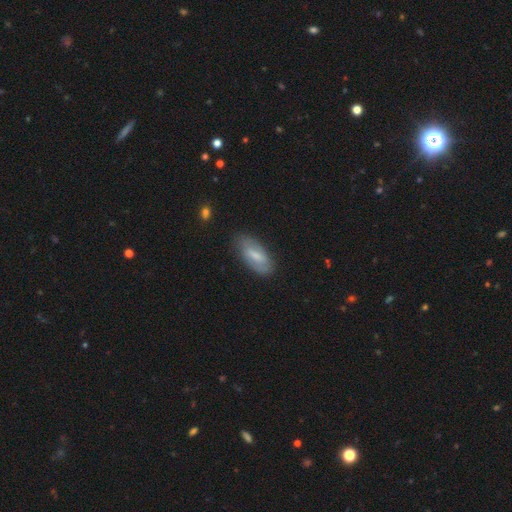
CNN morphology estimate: A smooth galaxy with no disk features (57%) that is in between round and cigar-shaped (84%).

Vote fractions:
- Smooth or featured? smooth: 57% / featured or disk: 37% / star or artifact: 7%
- How rounded? in between: 84% / cigar-shaped: 14% / round: 2%
- Merging? none: 77% / minor disturbance: 17% / major disturbance: 4% / merger: 1%